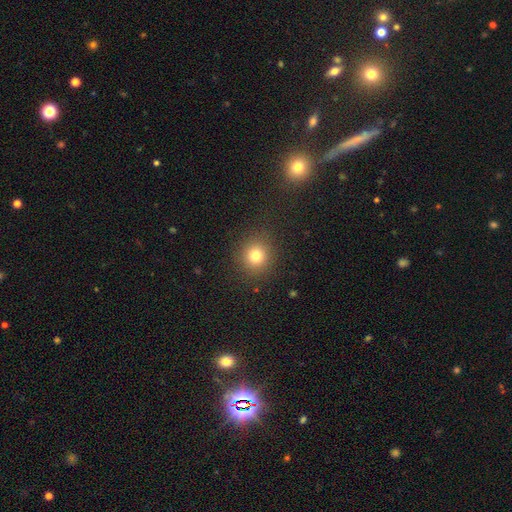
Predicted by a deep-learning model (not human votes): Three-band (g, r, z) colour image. It shows a smooth galaxy with no disk features (78%) that is round (89%). Merging: none (88%).